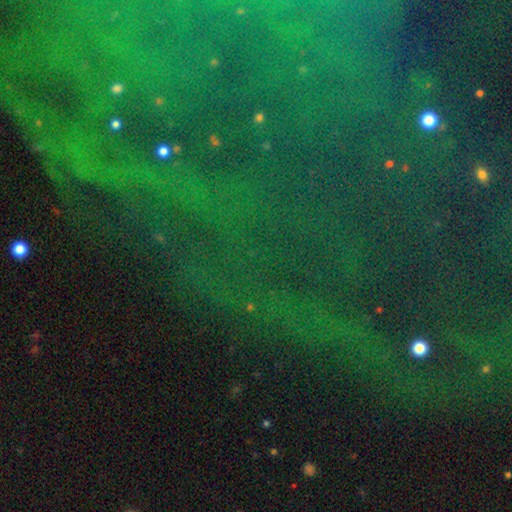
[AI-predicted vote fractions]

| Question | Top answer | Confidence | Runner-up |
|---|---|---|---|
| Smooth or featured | star or artifact | 80% | smooth (12%) |